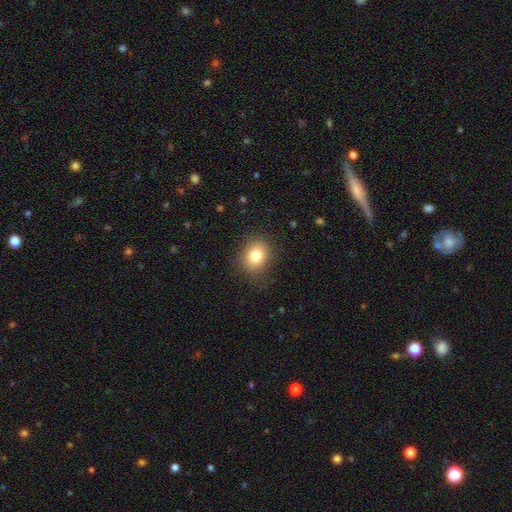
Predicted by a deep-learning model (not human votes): smooth 81%, star or artifact 10%, featured or disk 8%. Down the decision tree: how rounded — round (57%); merging — none (83%).